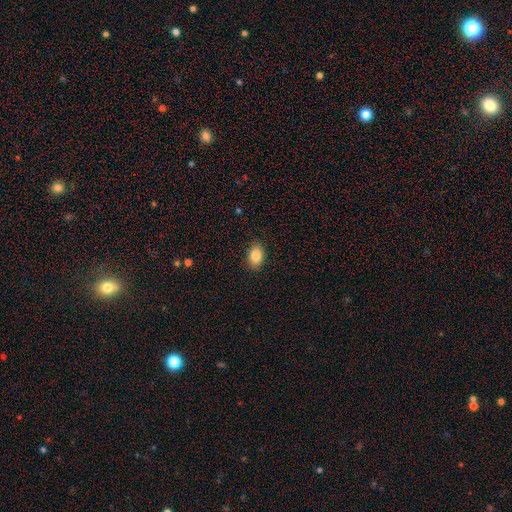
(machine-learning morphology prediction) smooth-or-featured: smooth: 86% | star or artifact: 8% | featured or disk: 6%
  how-rounded: in between: 85% | round: 14% | cigar-shaped: 1%
  merging: none: 87% | minor disturbance: 10% | major disturbance: 2% | merger: 1%